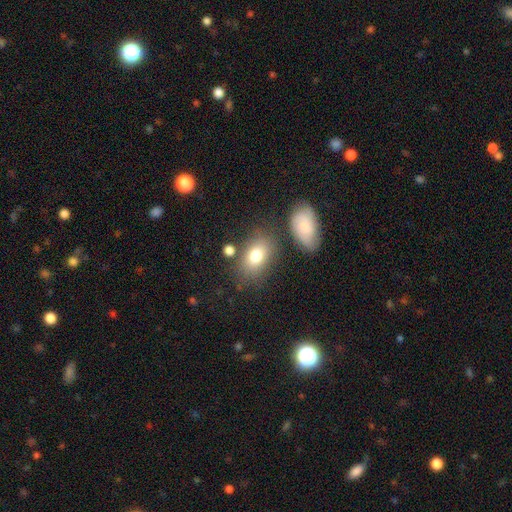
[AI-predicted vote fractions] smooth-or-featured: smooth: 79% | featured or disk: 13% | star or artifact: 8%
  how-rounded: in between: 82% | round: 16% | cigar-shaped: 2%
  merging: none: 71% | minor disturbance: 15% | merger: 8% | major disturbance: 6%